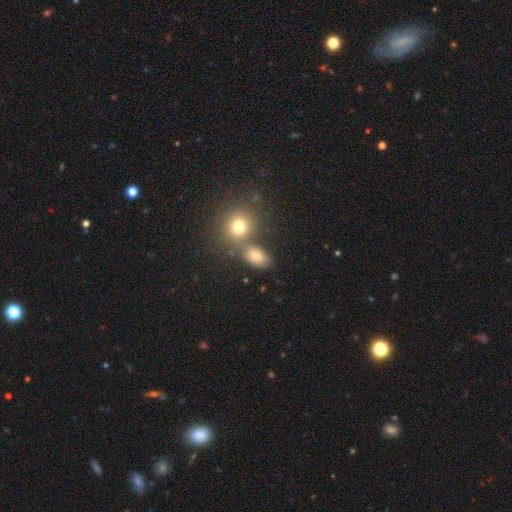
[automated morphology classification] smooth-or-featured: smooth: 76% | star or artifact: 15% | featured or disk: 9%
  how-rounded: in between: 74% | round: 24% | cigar-shaped: 2%
  merging: none: 60% | merger: 22% | minor disturbance: 13% | major disturbance: 5%